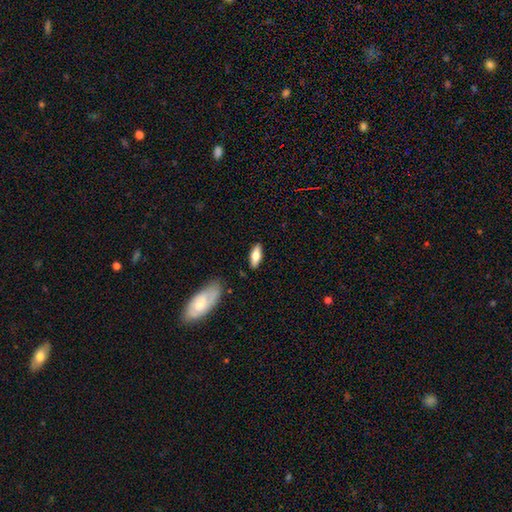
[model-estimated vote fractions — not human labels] A smooth galaxy with no disk features (67%) that is in between round and cigar-shaped (69%).

Vote fractions:
- Smooth or featured? smooth: 67% / featured or disk: 27% / star or artifact: 6%
- How rounded? in between: 69% / cigar-shaped: 28% / round: 2%
- Merging? none: 85% / minor disturbance: 11% / major disturbance: 3% / merger: 2%